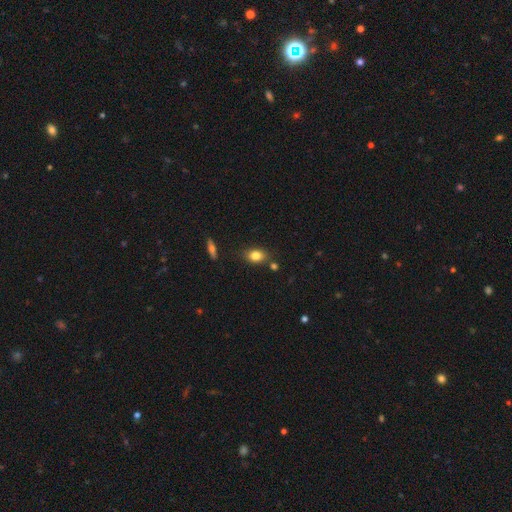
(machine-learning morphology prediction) This is clearly a smooth galaxy (81%). How rounded: likely in between (76%). Merging: likely none (77%).